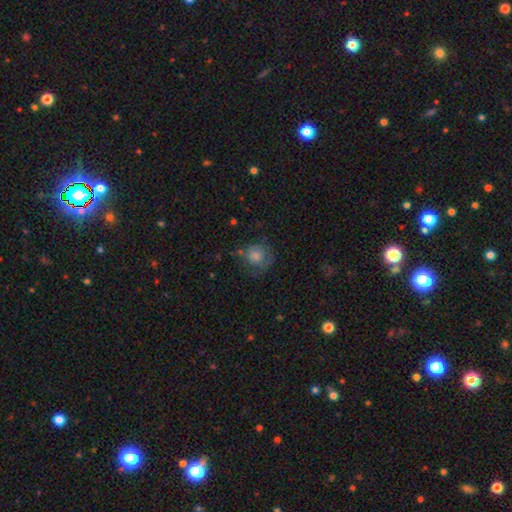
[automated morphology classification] Smooth or featured?
  - smooth: 67% *
  - featured or disk: 20%
  - star or artifact: 13%
How rounded?
  - round: 83% *
  - in between: 16%
  - cigar-shaped: 1%
Merging?
  - none: 59% *
  - minor disturbance: 24%
  - major disturbance: 14%
  - merger: 3%